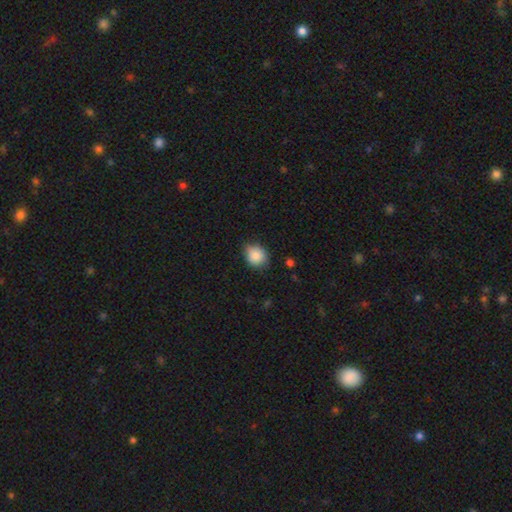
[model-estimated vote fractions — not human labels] smooth-or-featured: smooth: 85% | star or artifact: 8% | featured or disk: 7%
  how-rounded: round: 69% | in between: 30% | cigar-shaped: 1%
  merging: none: 75% | minor disturbance: 21% | major disturbance: 3% | merger: 1%